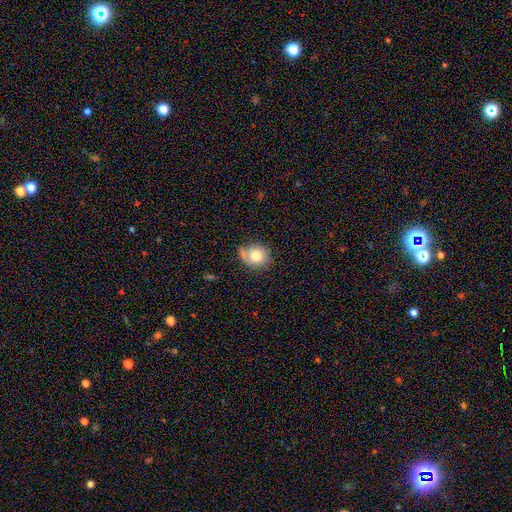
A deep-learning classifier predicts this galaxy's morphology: Overall: smooth (78%). How rounded: round (78%). Merging: none (59%; minor disturbance 22%).